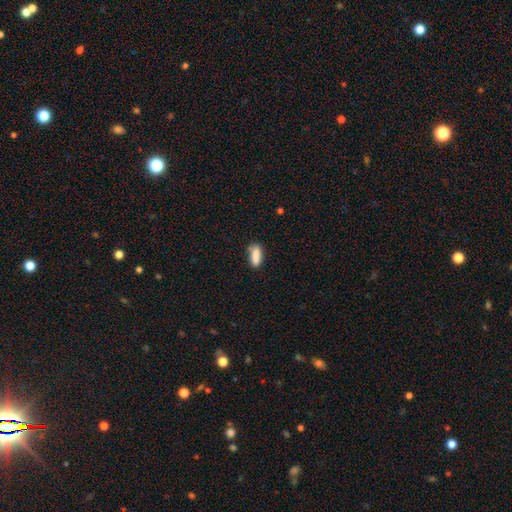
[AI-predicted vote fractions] A smooth galaxy with no disk features (85%) that is in between round and cigar-shaped (64%). Merging: none (70%).